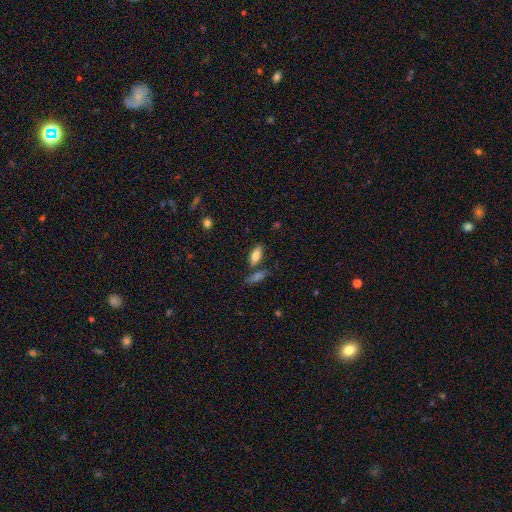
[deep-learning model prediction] smooth_or_featured: smooth (p=0.80) [alt: featured or disk p=0.13]
how_rounded: in between (p=0.82) [alt: cigar-shaped p=0.15]
merging: none (p=0.72) [alt: merger p=0.13]